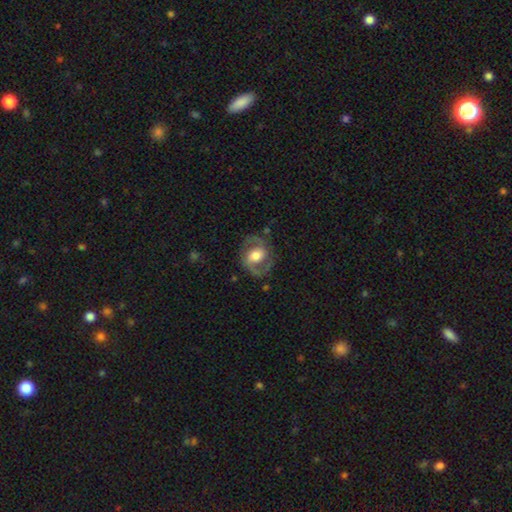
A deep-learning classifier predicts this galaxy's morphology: type=featured or disk (76%); edge-on=no (97%); bar=no (45%); spiral arms=yes (87%); winding=medium (55%); arm count=2 (90%); bulge=moderate (52%); merging=none (77%).